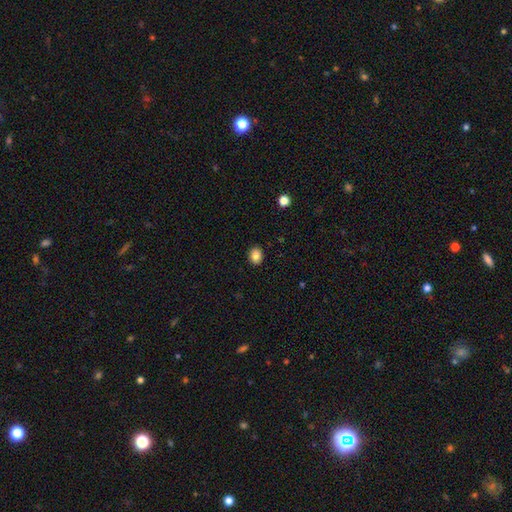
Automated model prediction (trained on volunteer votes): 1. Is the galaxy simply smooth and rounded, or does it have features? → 84% smooth, 10% star or artifact, 6% featured or disk.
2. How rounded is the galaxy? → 57% round, 42% in between, 1% cigar-shaped.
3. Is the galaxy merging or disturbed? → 90% none, 7% minor disturbance, 2% major disturbance, 1% merger.